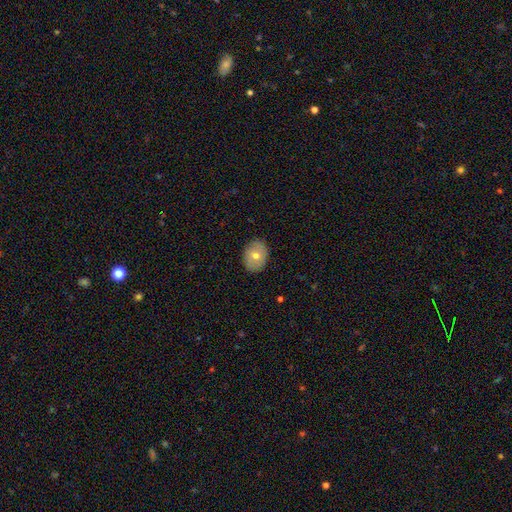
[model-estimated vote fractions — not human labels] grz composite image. It shows a smooth galaxy with no disk features (65%) that is in between round and cigar-shaped (65%). Merging: none (86%).